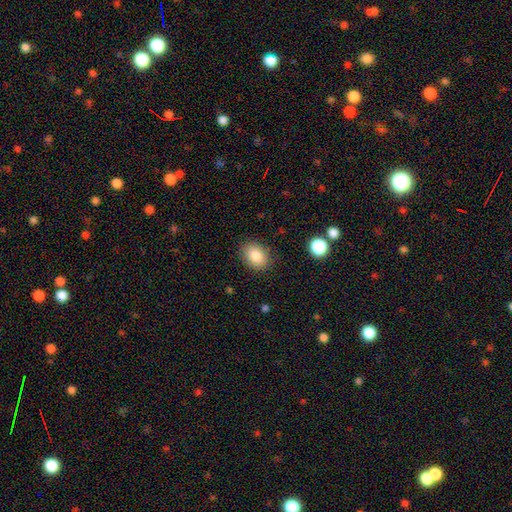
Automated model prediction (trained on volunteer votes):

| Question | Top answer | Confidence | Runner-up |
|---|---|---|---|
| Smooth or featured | smooth | 85% | star or artifact (8%) |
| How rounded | in between | 71% | round (28%) |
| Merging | none | 85% | minor disturbance (10%) |